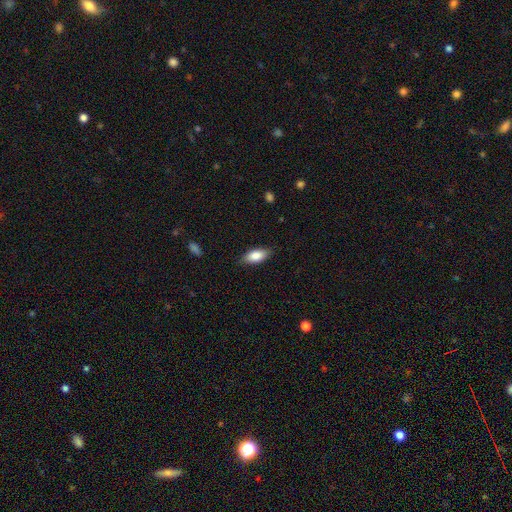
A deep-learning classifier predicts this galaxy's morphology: A smooth galaxy with no disk features (82%) that is in between round and cigar-shaped (86%). Merging: none (83%).